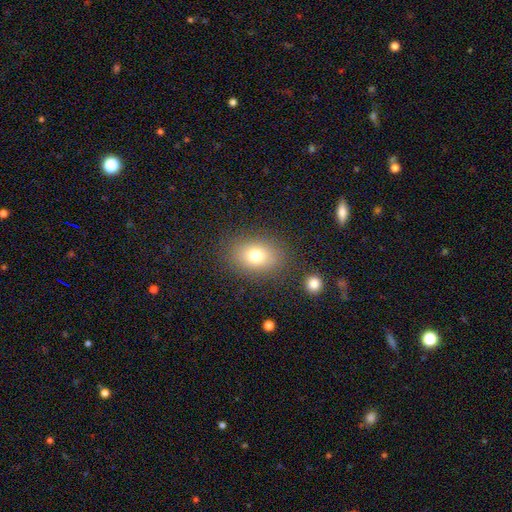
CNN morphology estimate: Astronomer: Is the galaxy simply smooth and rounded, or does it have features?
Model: smooth — 76%.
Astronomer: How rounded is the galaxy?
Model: in between — 62% (runner-up: round, 37%).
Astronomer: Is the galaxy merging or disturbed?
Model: none — 83%.